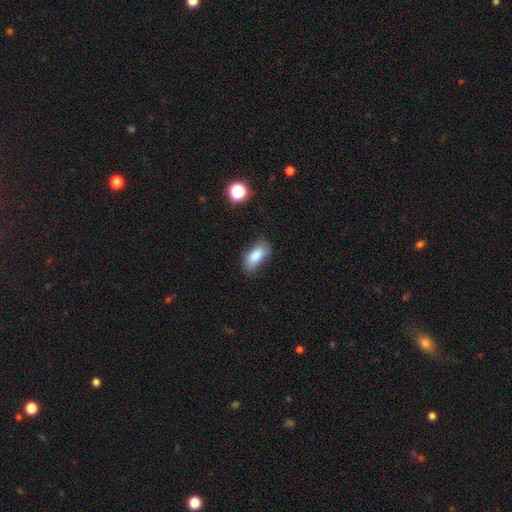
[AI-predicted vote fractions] Smooth or featured?
  - smooth: 84% *
  - featured or disk: 8%
  - star or artifact: 8%
How rounded?
  - in between: 87% *
  - cigar-shaped: 10%
  - round: 3%
Merging?
  - none: 73% *
  - minor disturbance: 20%
  - major disturbance: 5%
  - merger: 2%